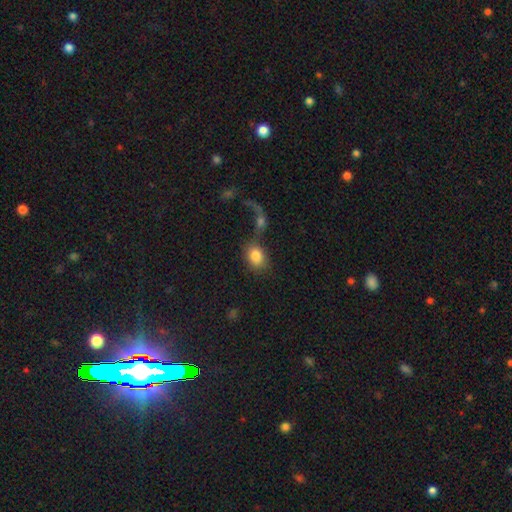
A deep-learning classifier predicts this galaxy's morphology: type=smooth (82%); roundness=in between (64%); merging=merger (39%).